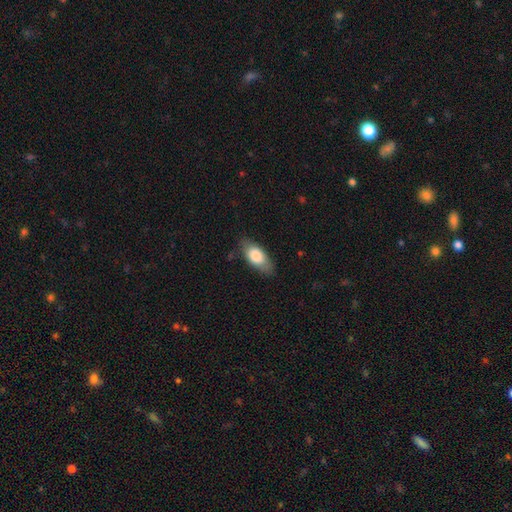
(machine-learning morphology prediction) Smooth or featured? smooth (77%)
How rounded? in between (87%)
Merging? none (78%)